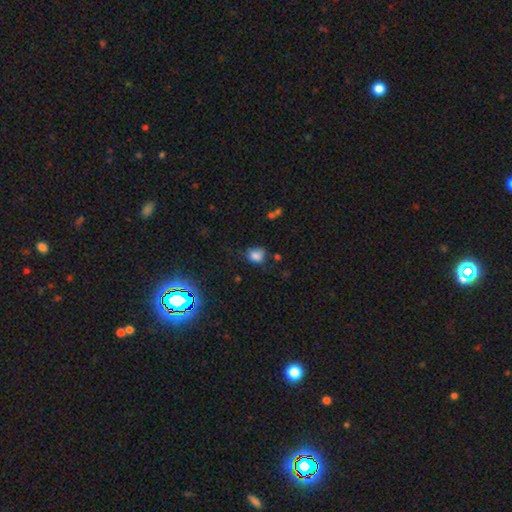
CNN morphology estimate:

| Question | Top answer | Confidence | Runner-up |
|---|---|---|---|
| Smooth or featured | smooth | 78% | star or artifact (15%) |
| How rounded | round | 60% | in between (39%) |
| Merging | none | 58% | minor disturbance (28%) |